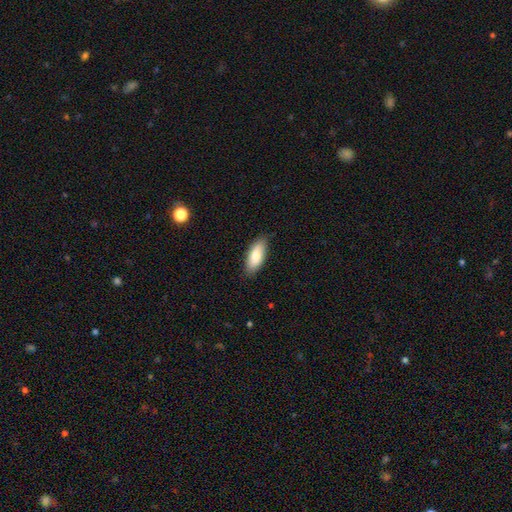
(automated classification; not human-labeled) smooth-or-featured: smooth: 80% | featured or disk: 14% | star or artifact: 6%
  how-rounded: in between: 82% | cigar-shaped: 16% | round: 2%
  merging: none: 84% | minor disturbance: 13% | major disturbance: 2% | merger: 1%